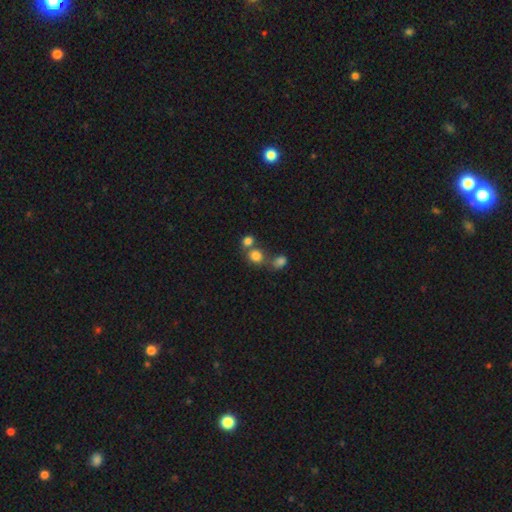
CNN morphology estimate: A smooth galaxy with no disk features (80%) that is round (70%).

Vote fractions:
- Smooth or featured? smooth: 80% / star or artifact: 12% / featured or disk: 8%
- How rounded? round: 70% / in between: 29% / cigar-shaped: 1%
- Merging? none: 46% / merger: 41% / minor disturbance: 9% / major disturbance: 5%